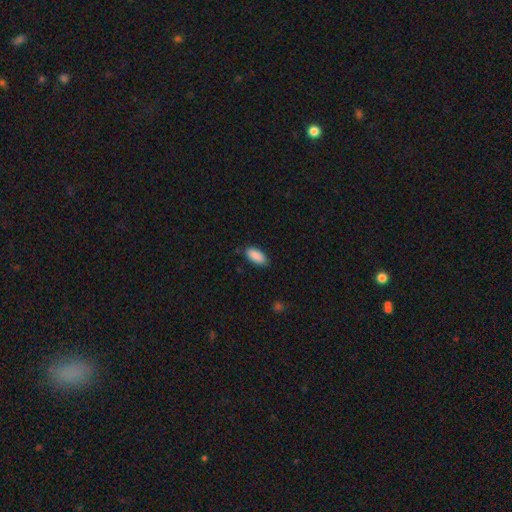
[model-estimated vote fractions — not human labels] smooth-or-featured: smooth: 90% | star or artifact: 6% | featured or disk: 4%
  how-rounded: in between: 91% | cigar-shaped: 7% | round: 2%
  merging: none: 83% | minor disturbance: 13% | major disturbance: 2% | merger: 1%